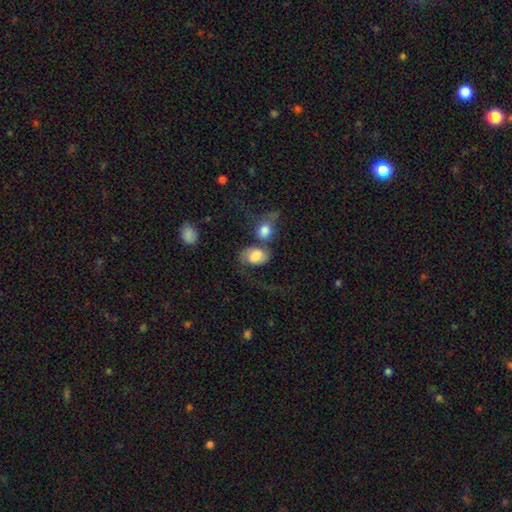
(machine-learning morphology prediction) smooth 53%, featured or disk 38%, star or artifact 9%. Down the decision tree: how rounded — in between (64%); merging — merger (47%).